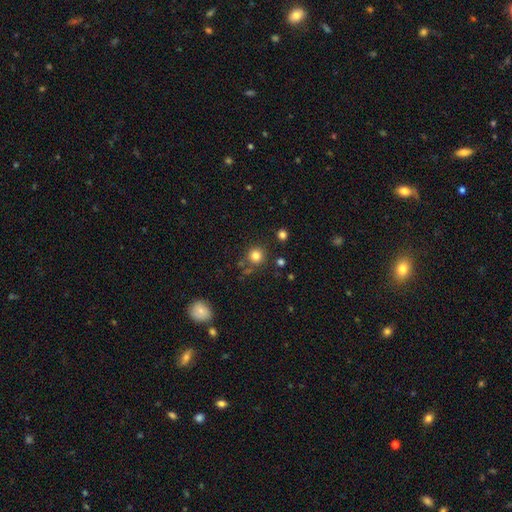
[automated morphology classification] Smooth or featured? smooth (81%)
How rounded? round (92%)
Merging? none (82%)